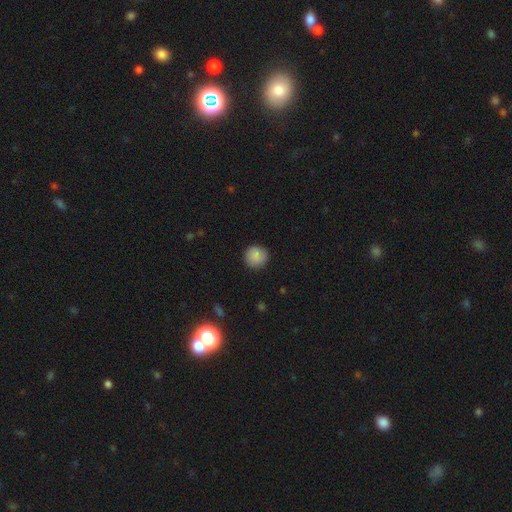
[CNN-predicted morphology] Q: Smooth or featured?
A: smooth (88%); runner-up: star or artifact (8%)
Q: How rounded?
A: round (94%); runner-up: in between (5%)
Q: Merging?
A: none (90%); runner-up: minor disturbance (7%)